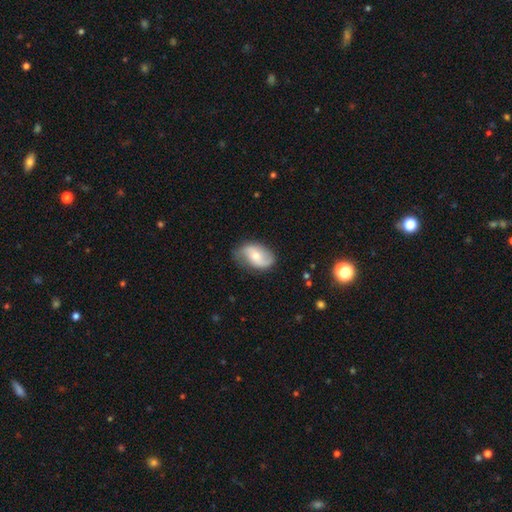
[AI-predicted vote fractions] The model was most divided on "bulge size" (2-way tie): small: 47%, moderate: 47%, large: 3%, none: 2%, dominant: 1%. More confident: edge-on disk — no (96%); spiral arms — yes (87%); spiral arm count — 2 (85%); merging — none (69%); bar — no (61%); smooth or featured — featured or disk (60%); spiral winding — loose (57%).